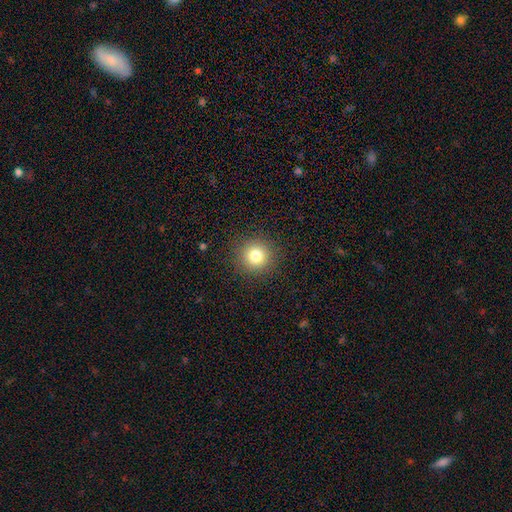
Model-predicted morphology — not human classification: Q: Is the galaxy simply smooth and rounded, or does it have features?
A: smooth — 80%.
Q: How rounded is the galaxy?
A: round — 94%.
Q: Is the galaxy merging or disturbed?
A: none — 90%.